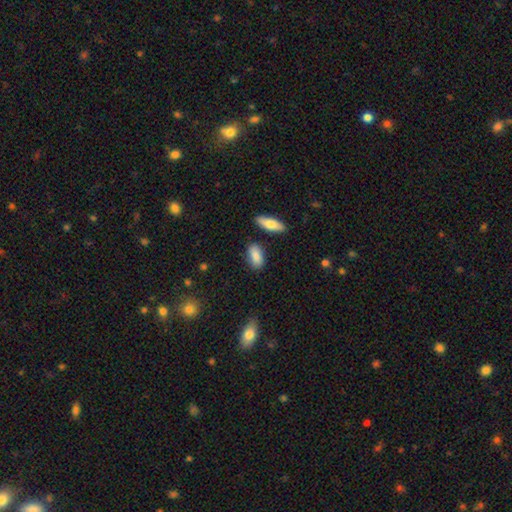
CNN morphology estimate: This is clearly a smooth galaxy (87%). How rounded: clearly in between (88%). Merging: clearly none (81%).